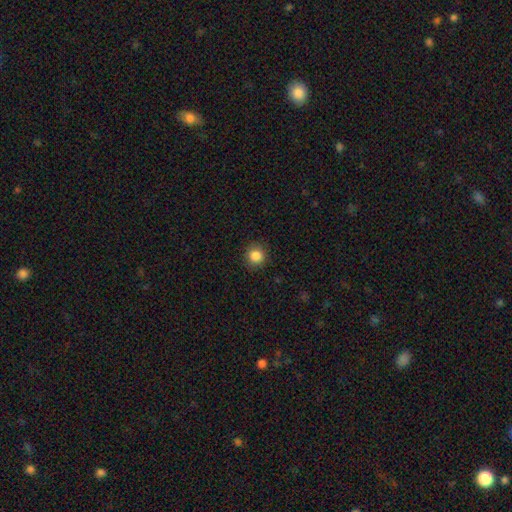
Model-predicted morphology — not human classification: type=smooth (86%); roundness=round (92%); merging=none (90%).